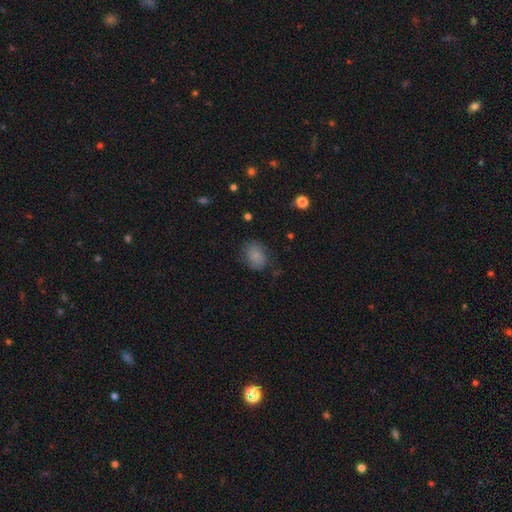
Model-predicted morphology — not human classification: The model was most divided on "how rounded": in between: 62%, round: 37%, cigar-shaped: 1%. More confident: smooth or featured — smooth (78%); merging — none (69%).